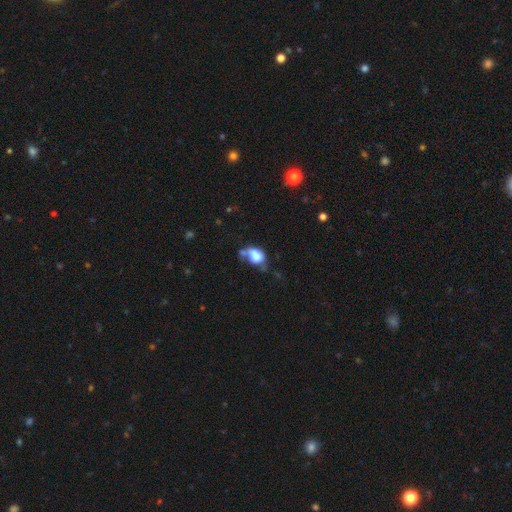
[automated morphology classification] Overall: smooth (68%). How rounded: in between (69%). Merging: merger (31%; major disturbance 25%).